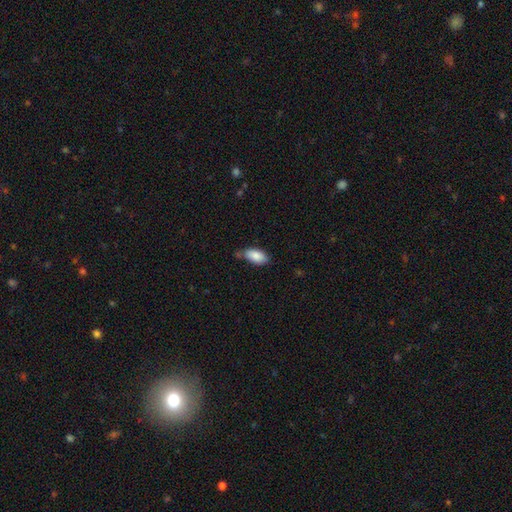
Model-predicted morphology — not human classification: This is clearly a smooth galaxy (87%). How rounded: clearly in between (92%). Merging: likely none (65%).